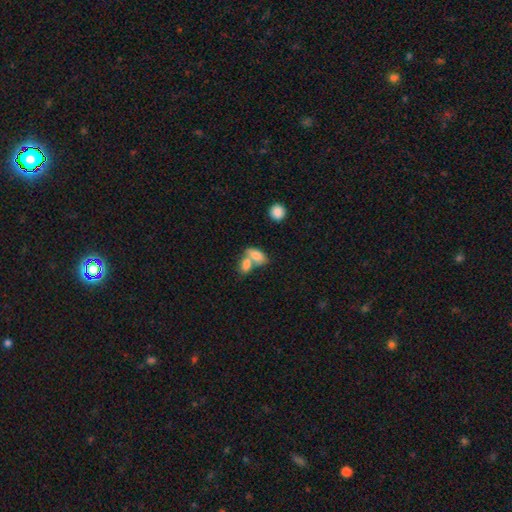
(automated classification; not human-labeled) Q: Smooth or featured?
A: smooth (79%); runner-up: featured or disk (14%)
Q: How rounded?
A: in between (88%); runner-up: round (7%)
Q: Merging?
A: merger (64%); runner-up: none (25%)